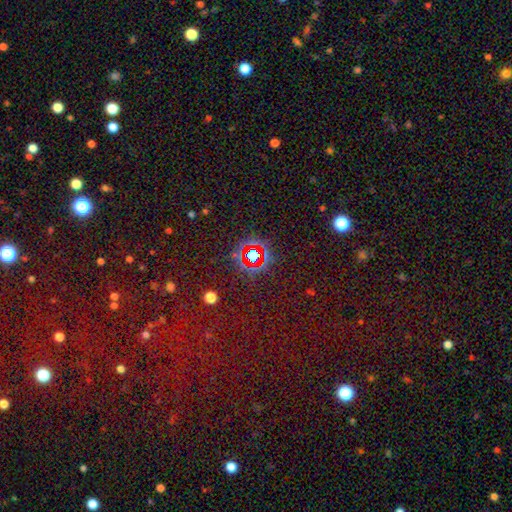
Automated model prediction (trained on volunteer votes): The model was most divided on "smooth or featured": star or artifact: 75%, smooth: 14%, featured or disk: 10%.